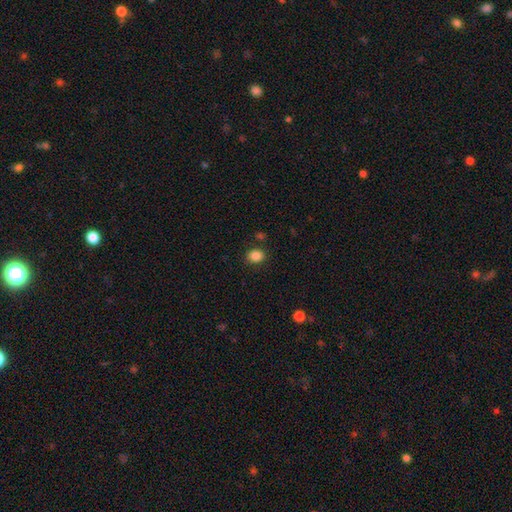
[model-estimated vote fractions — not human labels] This appears to be a smooth galaxy with no disk features (86%) that is round (55%). Merging: none (85%).